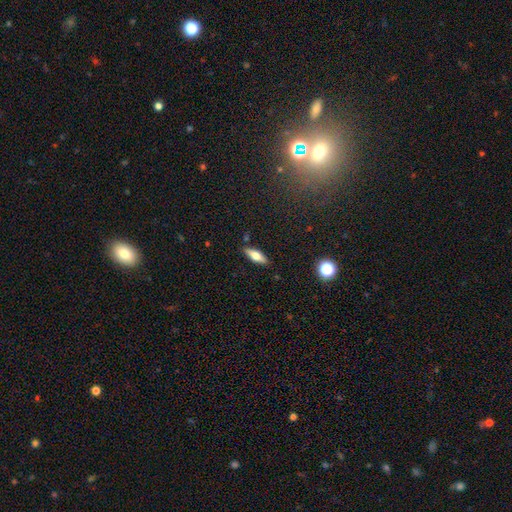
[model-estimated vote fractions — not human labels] Smooth or featured? smooth (54%)
How rounded? in between (54%)
Merging? none (86%)